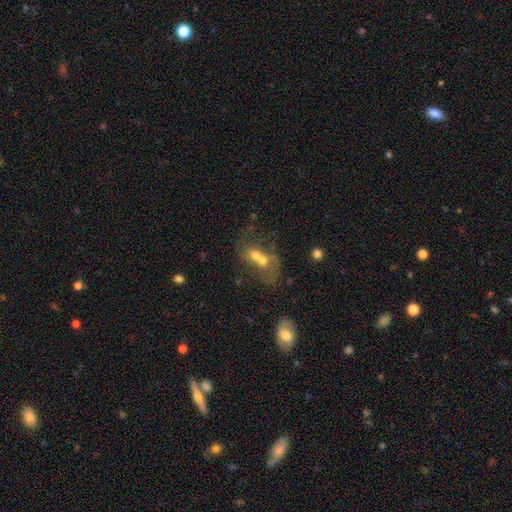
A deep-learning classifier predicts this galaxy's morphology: Smooth or featured: smooth — 43% (featured or disk — 38%)
Merging: merger — 63% (none — 20%)